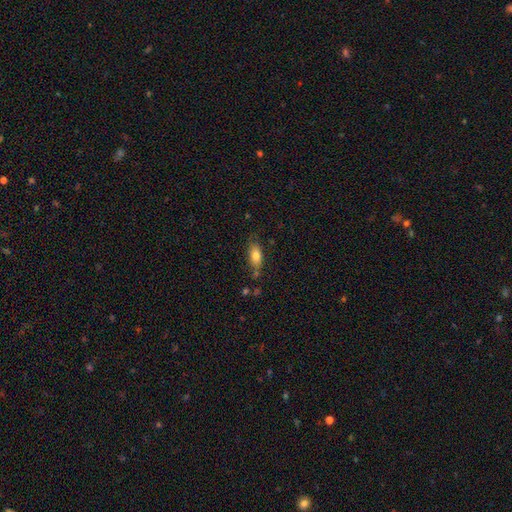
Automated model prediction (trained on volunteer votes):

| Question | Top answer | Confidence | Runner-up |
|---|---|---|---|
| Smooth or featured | smooth | 79% | featured or disk (13%) |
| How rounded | in between | 84% | cigar-shaped (12%) |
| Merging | none | 66% | minor disturbance (22%) |